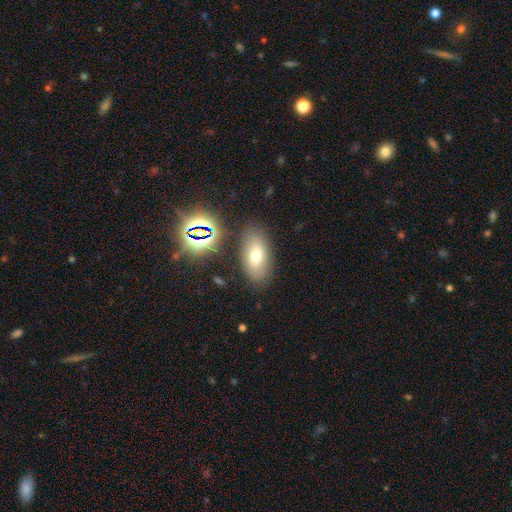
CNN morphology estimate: Smooth or featured? smooth (65%)
How rounded? in between (87%)
Merging? none (80%)